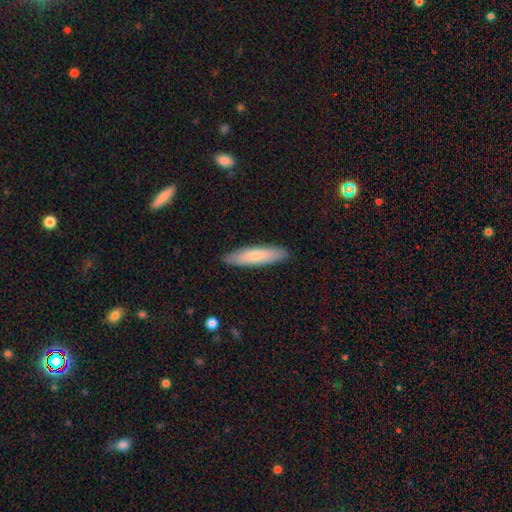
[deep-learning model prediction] A smooth galaxy with no disk features (73%) that is cigar-shaped (73%).

Vote fractions:
- Smooth or featured? smooth: 73% / featured or disk: 22% / star or artifact: 5%
- How rounded? cigar-shaped: 73% / in between: 25% / round: 1%
- Merging? none: 89% / minor disturbance: 9% / major disturbance: 2% / merger: 1%